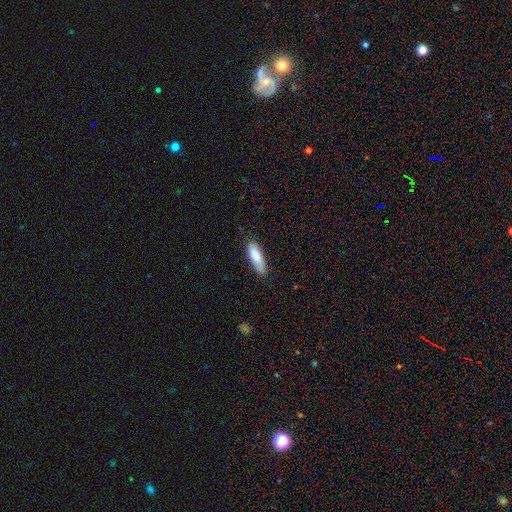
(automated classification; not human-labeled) smooth_or_featured: smooth (p=0.81) [alt: featured or disk p=0.13]
how_rounded: cigar-shaped (p=0.51) [alt: in between p=0.48]
merging: none (p=0.80) [alt: minor disturbance p=0.16]